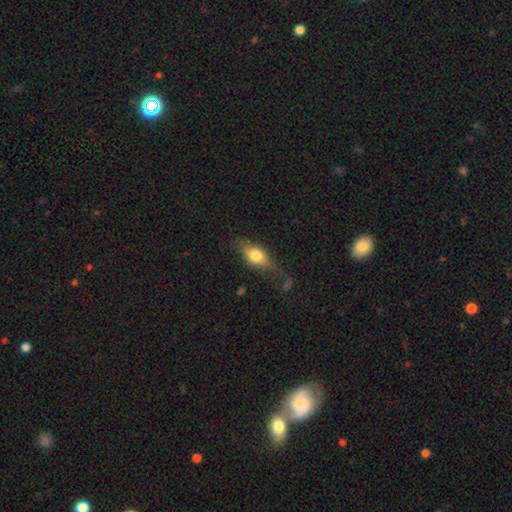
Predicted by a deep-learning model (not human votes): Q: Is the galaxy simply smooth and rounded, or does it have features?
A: smooth — 66%.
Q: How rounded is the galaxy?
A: in between — 77%.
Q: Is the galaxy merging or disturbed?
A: none — 57%.